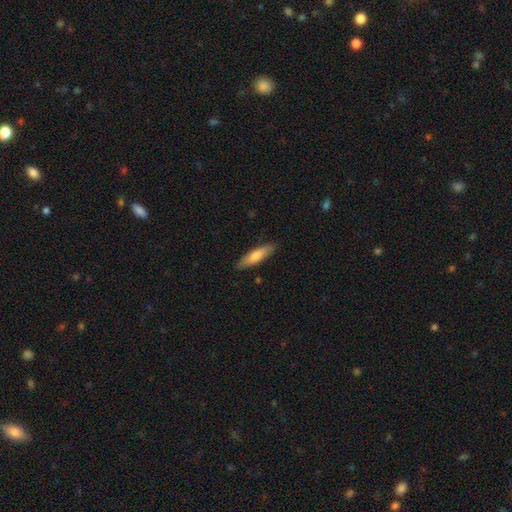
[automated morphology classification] smooth_or_featured: smooth (p=0.72) [alt: featured or disk p=0.23]
how_rounded: cigar-shaped (p=0.69) [alt: in between p=0.29]
merging: none (p=0.86) [alt: minor disturbance p=0.11]